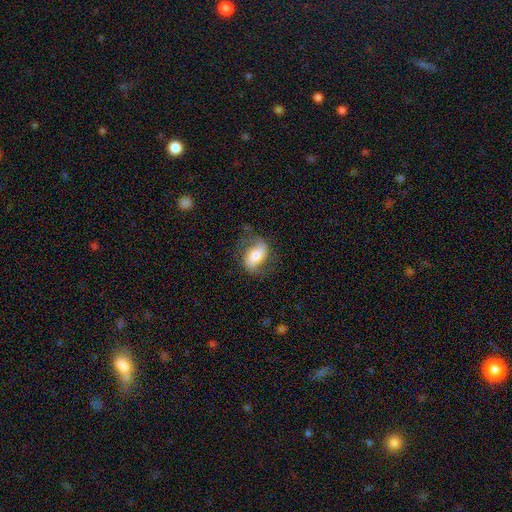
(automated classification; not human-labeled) The model was most divided on "smooth or featured": featured or disk: 48%, smooth: 45%, star or artifact: 7%. More confident: merging — none (65%).